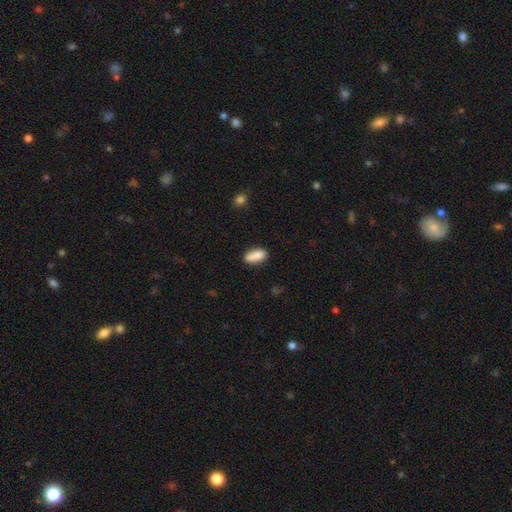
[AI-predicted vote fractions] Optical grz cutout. It shows a smooth galaxy with no disk features (88%) that is in between round and cigar-shaped (80%). Merging: none (81%).